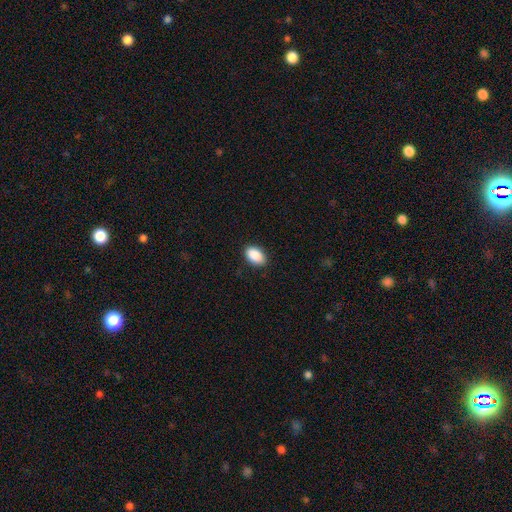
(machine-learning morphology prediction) smooth-or-featured: smooth: 90% | star or artifact: 7% | featured or disk: 3%
  how-rounded: in between: 92% | round: 6% | cigar-shaped: 1%
  merging: none: 87% | minor disturbance: 10% | major disturbance: 2% | merger: 1%